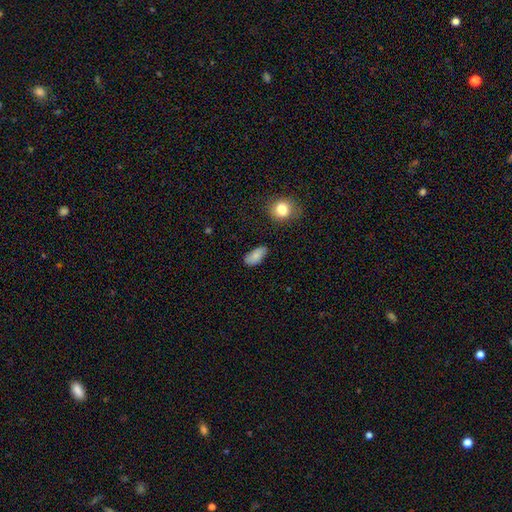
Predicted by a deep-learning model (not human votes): Smooth or featured?
  - smooth: 82% *
  - featured or disk: 10%
  - star or artifact: 8%
How rounded?
  - in between: 90% *
  - cigar-shaped: 5%
  - round: 4%
Merging?
  - none: 76% *
  - minor disturbance: 18%
  - major disturbance: 3%
  - merger: 2%